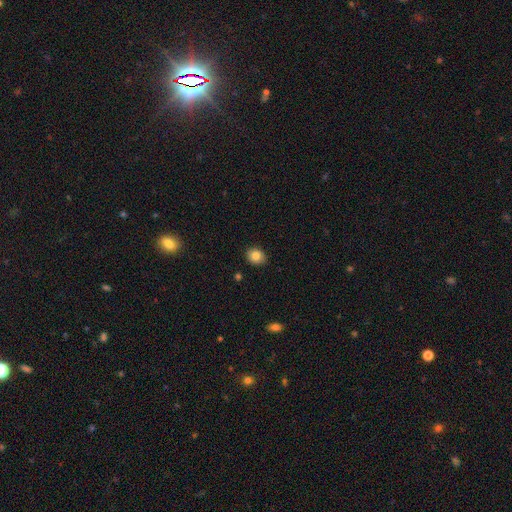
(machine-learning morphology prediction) Q: Smooth or featured?
A: smooth (84%); runner-up: star or artifact (10%)
Q: How rounded?
A: round (59%); runner-up: in between (40%)
Q: Merging?
A: none (87%); runner-up: minor disturbance (10%)